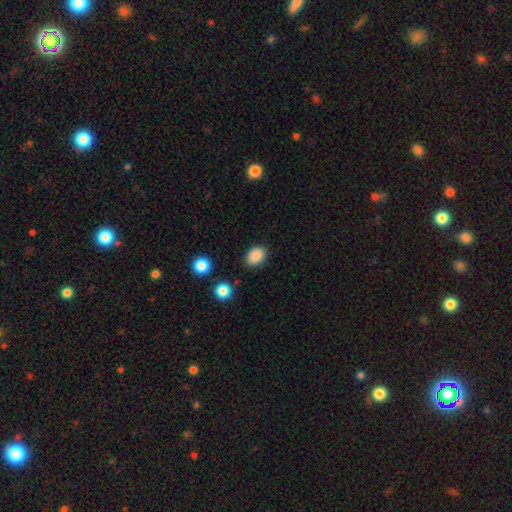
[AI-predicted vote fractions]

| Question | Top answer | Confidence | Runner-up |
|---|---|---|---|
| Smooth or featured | smooth | 88% | star or artifact (8%) |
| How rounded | in between | 78% | round (21%) |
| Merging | none | 86% | minor disturbance (10%) |